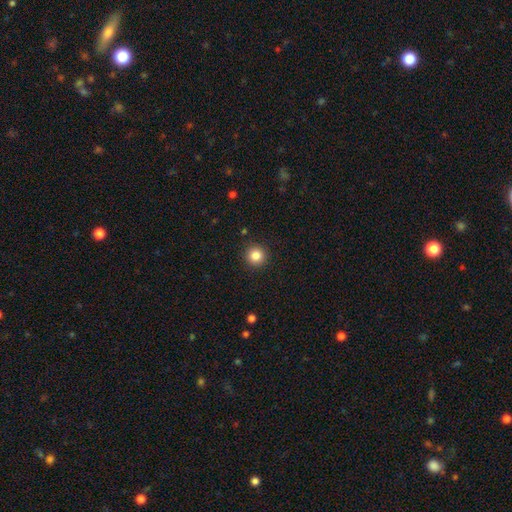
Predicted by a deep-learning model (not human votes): Morphology: type=smooth (85%); roundness=round (95%); merging=none (92%).